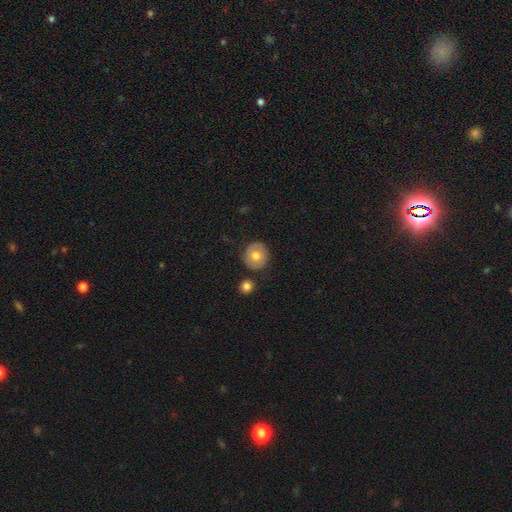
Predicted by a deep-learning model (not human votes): The model was most divided on "smooth or featured": smooth: 71%, featured or disk: 21%, star or artifact: 8%. More confident: how rounded — round (88%); merging — none (84%).